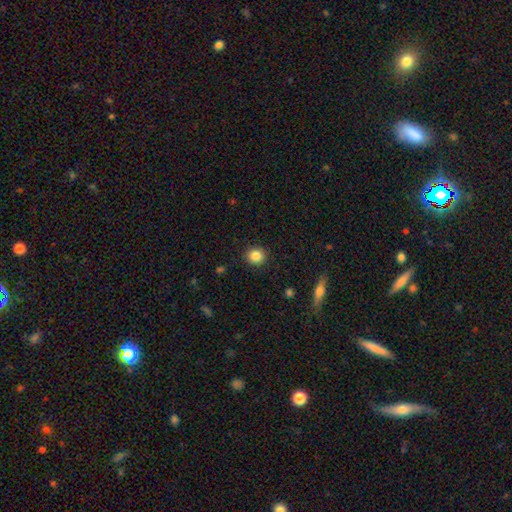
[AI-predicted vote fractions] smooth-or-featured: smooth: 85% | star or artifact: 10% | featured or disk: 5%
  how-rounded: round: 88% | in between: 11% | cigar-shaped: 1%
  merging: none: 91% | minor disturbance: 6% | major disturbance: 2% | merger: 1%